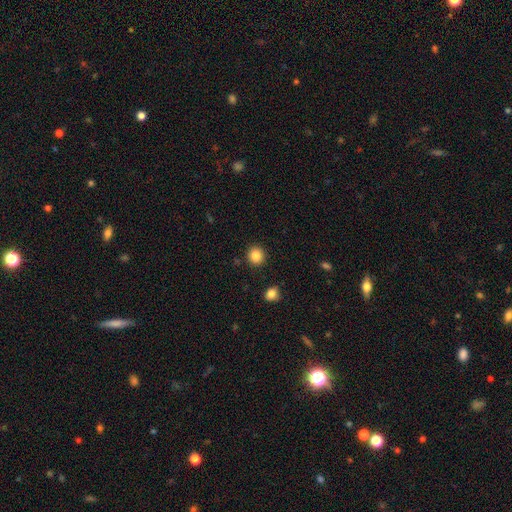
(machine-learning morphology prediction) This appears to be a smooth galaxy with no disk features (86%) that is round (90%). Merging: none (91%).